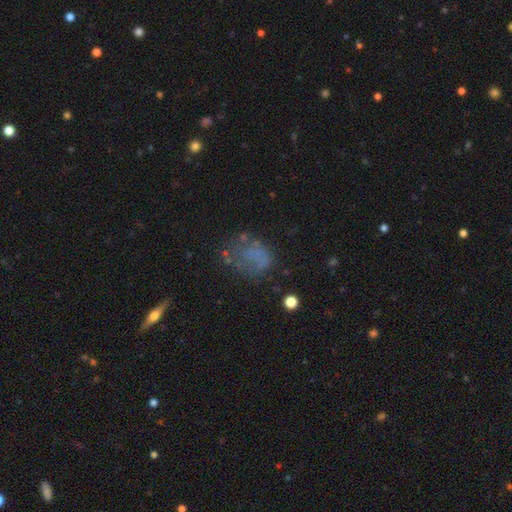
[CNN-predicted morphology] A smooth galaxy with no disk features (44%). Merging: none (43%).